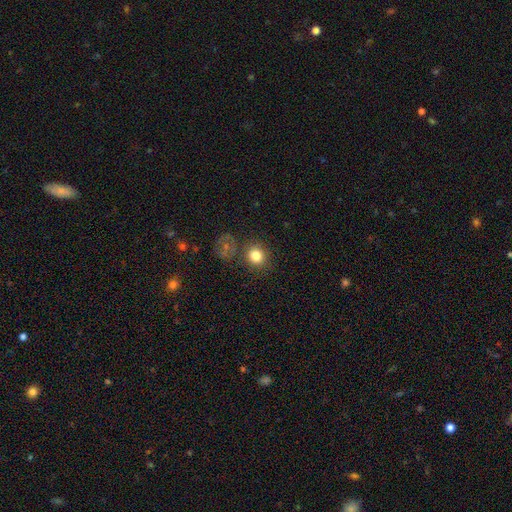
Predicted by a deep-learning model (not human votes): Smooth or featured: smooth — 81% (star or artifact — 12%)
How rounded: round — 86% (in between — 13%)
Merging: none — 81% (minor disturbance — 9%)